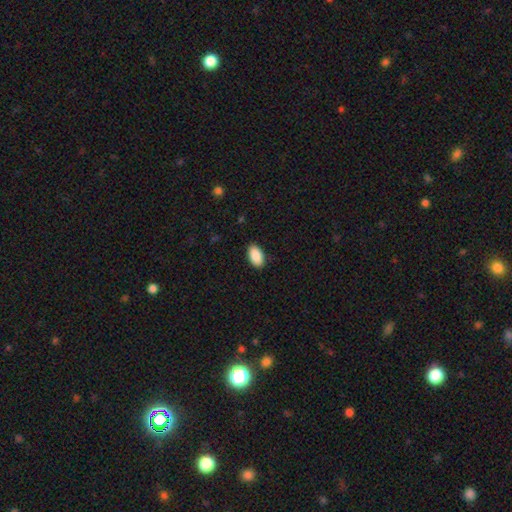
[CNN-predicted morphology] Q: Smooth or featured?
A: smooth (90%); runner-up: star or artifact (7%)
Q: How rounded?
A: in between (95%); runner-up: round (3%)
Q: Merging?
A: none (89%); runner-up: minor disturbance (8%)